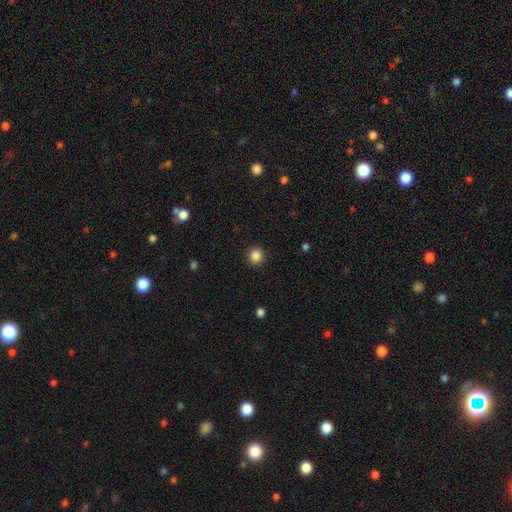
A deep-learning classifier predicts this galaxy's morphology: smooth_or_featured: smooth (p=0.86) [alt: star or artifact p=0.11]
how_rounded: round (p=0.92) [alt: in between p=0.07]
merging: none (p=0.92) [alt: minor disturbance p=0.05]